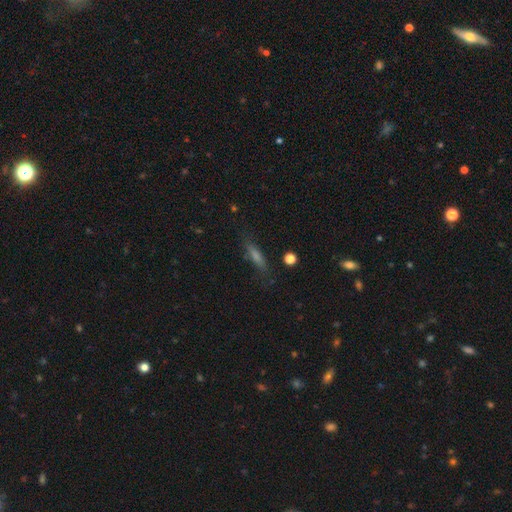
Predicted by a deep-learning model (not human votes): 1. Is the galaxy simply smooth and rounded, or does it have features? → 52% smooth, 31% featured or disk, 18% star or artifact.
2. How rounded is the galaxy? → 76% cigar-shaped, 21% in between, 3% round.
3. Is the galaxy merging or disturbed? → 75% none, 16% minor disturbance, 7% major disturbance, 2% merger.